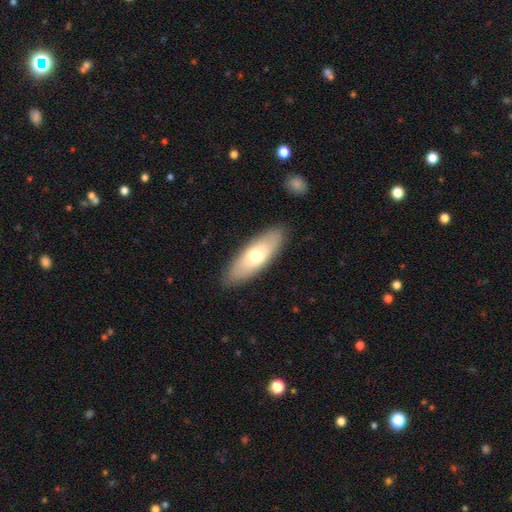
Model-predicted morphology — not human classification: smooth-or-featured: smooth: 64% | featured or disk: 31% | star or artifact: 6%
  how-rounded: in between: 63% | cigar-shaped: 35% | round: 2%
  merging: none: 88% | minor disturbance: 9% | major disturbance: 2% | merger: 1%